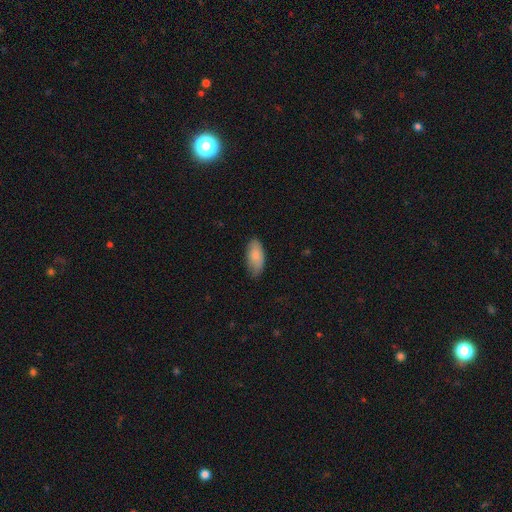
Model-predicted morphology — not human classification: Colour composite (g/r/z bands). It shows a smooth galaxy with no disk features (85%) that is in between round and cigar-shaped (91%). Merging: none (78%).